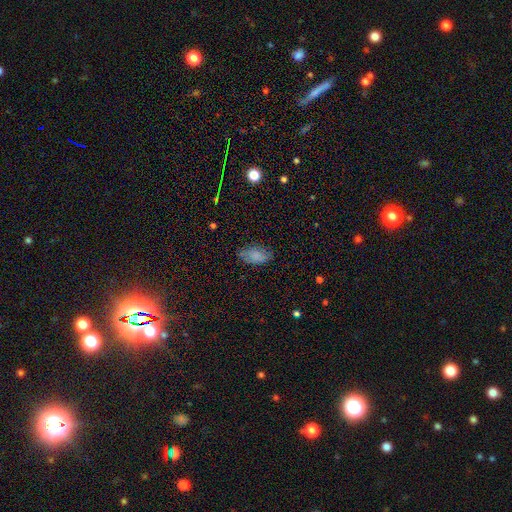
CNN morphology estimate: type=smooth (80%); roundness=in between (93%); merging=none (73%).